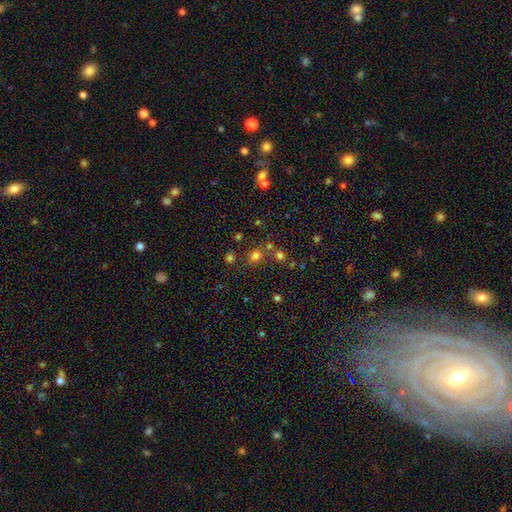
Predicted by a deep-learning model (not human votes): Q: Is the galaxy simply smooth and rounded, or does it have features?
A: smooth — 68%.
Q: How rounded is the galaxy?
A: round — 81%.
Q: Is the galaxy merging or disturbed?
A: none — 69%.